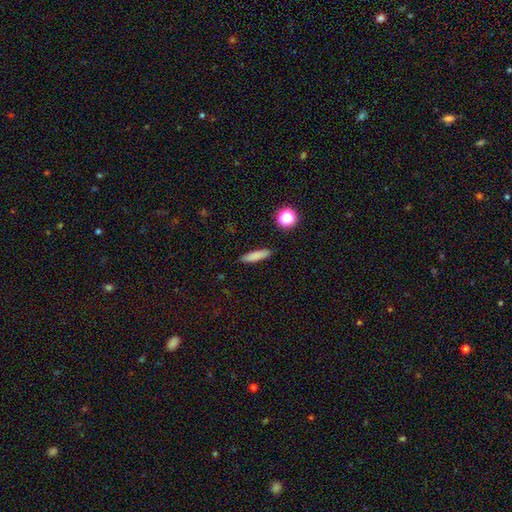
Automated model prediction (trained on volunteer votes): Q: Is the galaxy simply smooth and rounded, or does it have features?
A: smooth — 82%.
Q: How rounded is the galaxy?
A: cigar-shaped — 77%.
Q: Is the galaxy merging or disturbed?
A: none — 88%.